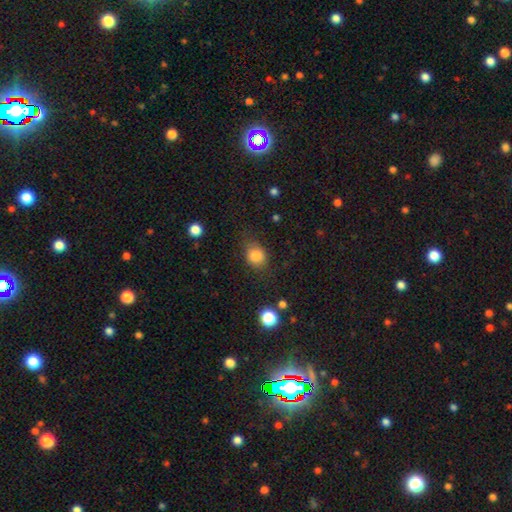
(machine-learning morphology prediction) Q: Smooth or featured?
A: smooth (82%); runner-up: star or artifact (11%)
Q: How rounded?
A: round (51%); runner-up: in between (47%)
Q: Merging?
A: none (69%); runner-up: minor disturbance (21%)